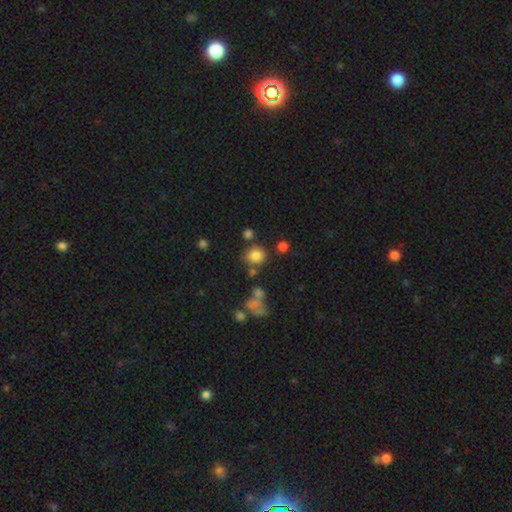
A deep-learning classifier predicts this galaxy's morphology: This is likely a smooth galaxy (79%). How rounded: clearly round (86%). Merging: likely none (73%).